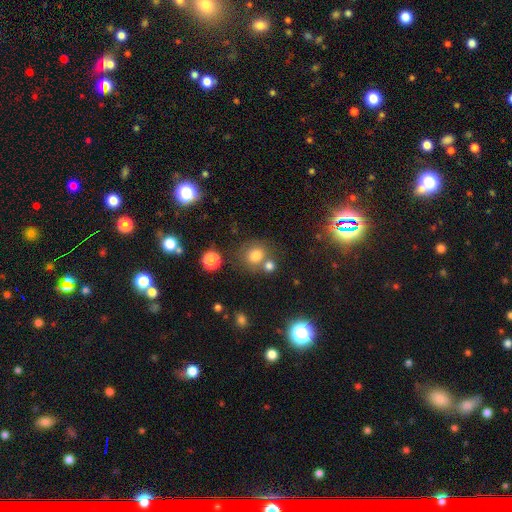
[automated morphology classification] Smooth or featured? Predicted: smooth (p=0.78). How rounded? Predicted: round (p=0.77). Merging? Predicted: none (p=0.63).